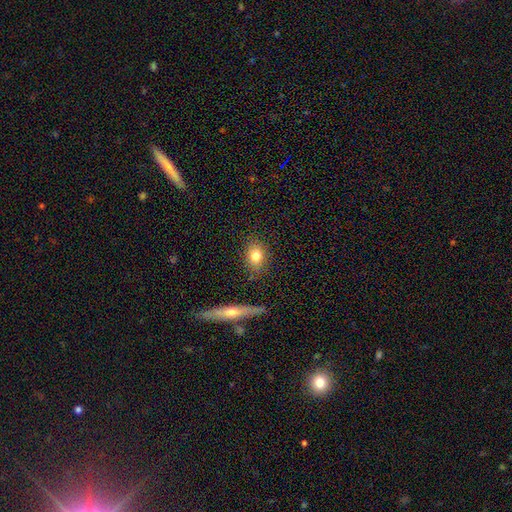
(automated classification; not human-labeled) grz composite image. It shows a smooth galaxy with no disk features (78%) that is in between round and cigar-shaped (52%). Merging: none (83%).